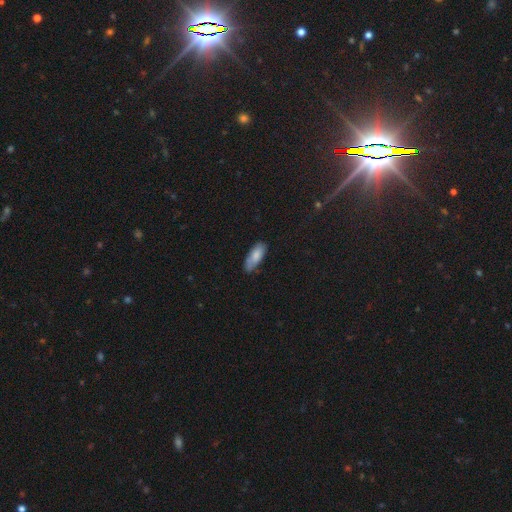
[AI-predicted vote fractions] This is likely a smooth galaxy (79%). How rounded: likely in between (74%). Merging: likely none (65%).